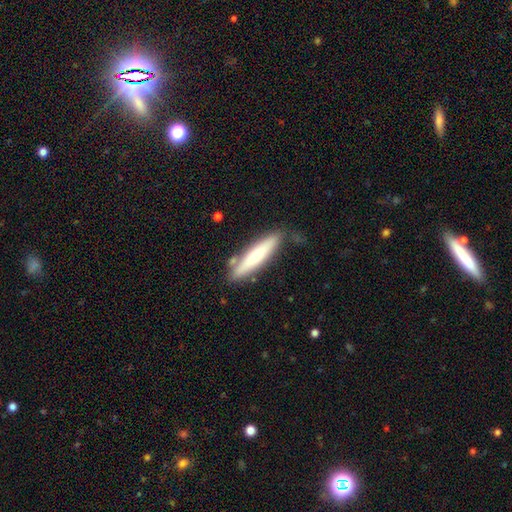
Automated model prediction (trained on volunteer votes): A smooth galaxy with no disk features (69%) that is cigar-shaped (85%). Merging: none (77%).